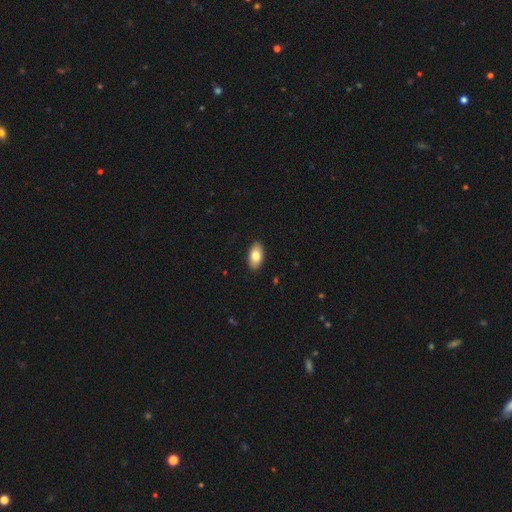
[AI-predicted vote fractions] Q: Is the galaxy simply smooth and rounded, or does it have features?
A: smooth — 81%.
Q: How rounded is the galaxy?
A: in between — 94%.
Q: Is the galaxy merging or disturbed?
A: none — 90%.